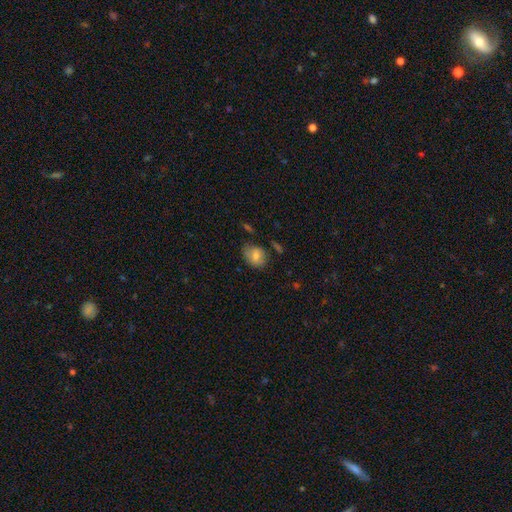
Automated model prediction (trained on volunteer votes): The model was most divided on "how rounded": round: 50%, in between: 49%, cigar-shaped: 1%. More confident: smooth or featured — smooth (74%); merging — none (69%).